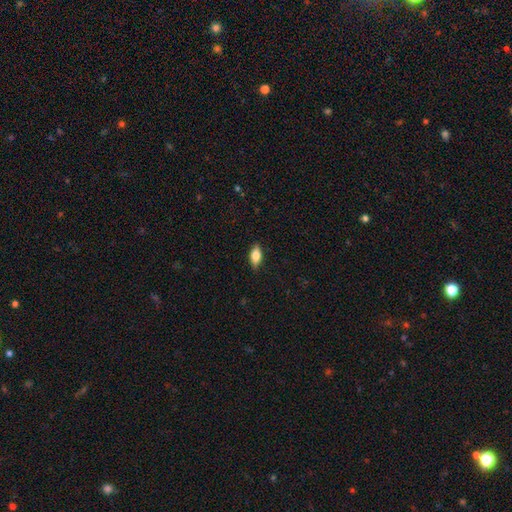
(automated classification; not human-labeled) The model was most divided on "smooth or featured": smooth: 71%, featured or disk: 22%, star or artifact: 7%. More confident: merging — none (87%); how rounded — in between (82%).